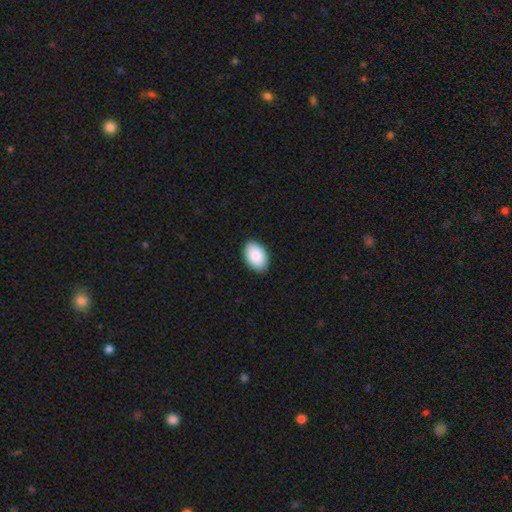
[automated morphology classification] Smooth or featured? smooth (90%)
How rounded? in between (93%)
Merging? none (89%)